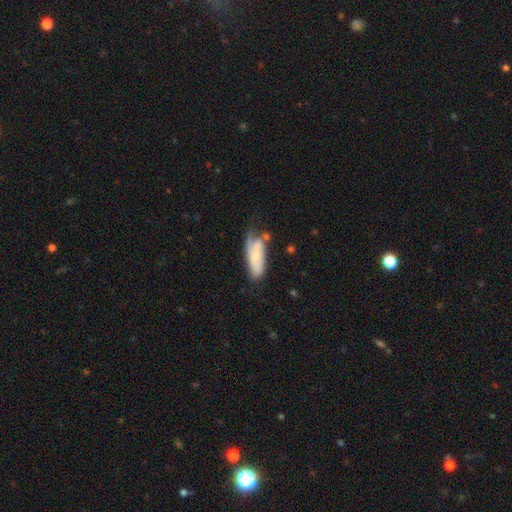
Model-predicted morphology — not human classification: This appears to be a smooth galaxy with no disk features (52%) that is in between round and cigar-shaped (68%). Merging: none (39%).